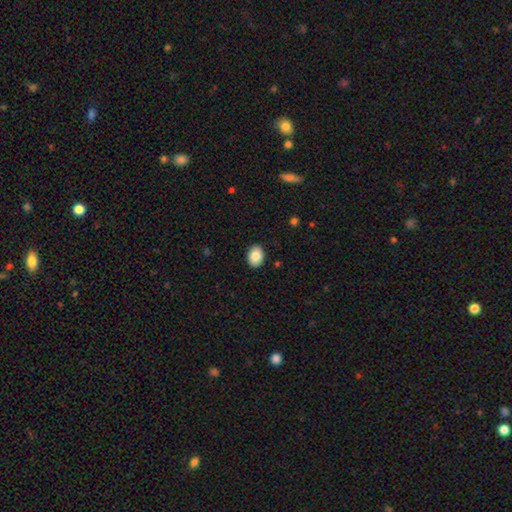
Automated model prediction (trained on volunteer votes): Smooth or featured? smooth (87%)
How rounded? in between (70%)
Merging? none (89%)